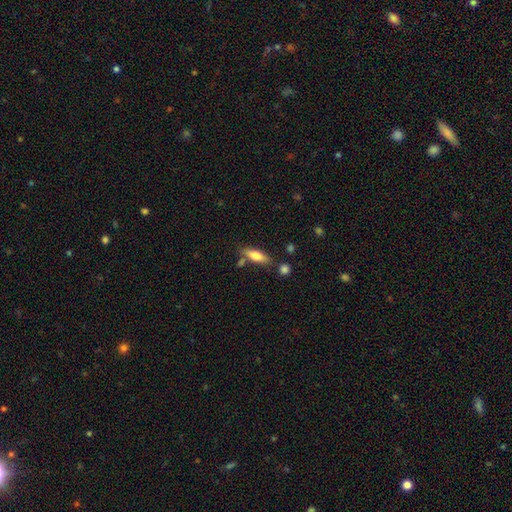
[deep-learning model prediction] smooth 69%, featured or disk 25%, star or artifact 6%. Down the decision tree: how rounded — in between (50%); merging — none (73%).